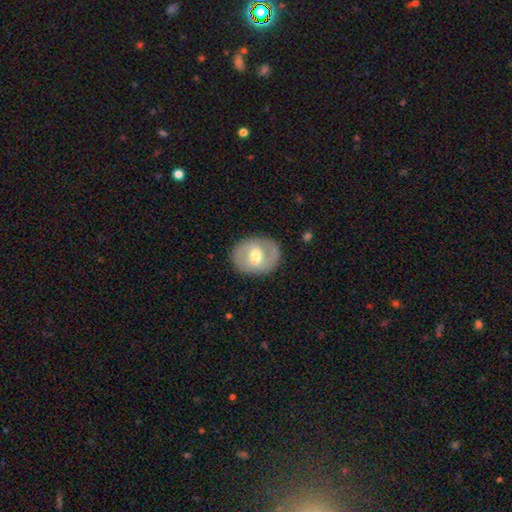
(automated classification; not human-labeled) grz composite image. It shows a featured or disk galaxy (58%) with a weak bar (47%), no spiral arms (55%) and a moderate central bulge (72%). Merging: none (82%).